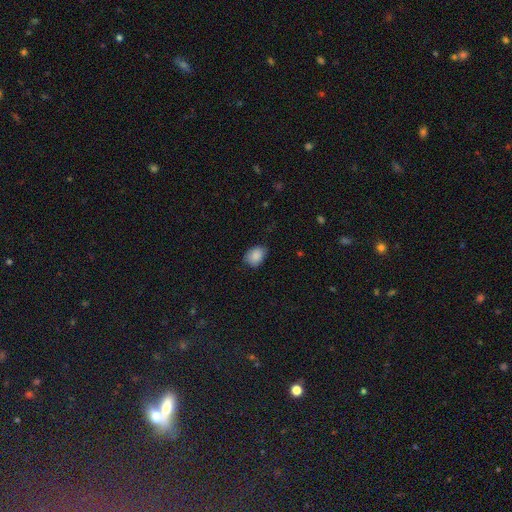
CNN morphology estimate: A smooth galaxy with no disk features (87%) that is in between round and cigar-shaped (69%). Merging: none (72%).